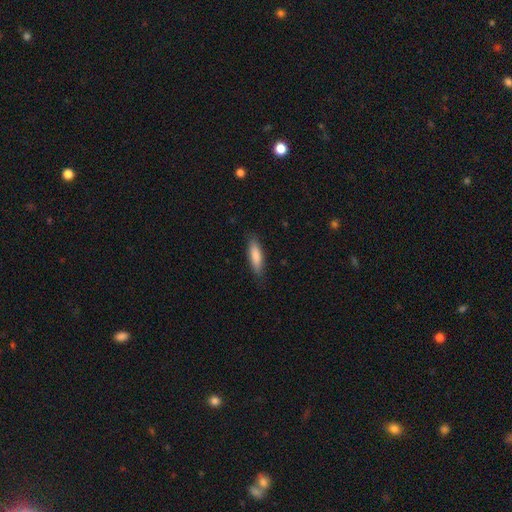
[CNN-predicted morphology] This is clearly a smooth galaxy (84%). How rounded: possibly cigar-shaped (58%). Merging: clearly none (83%).